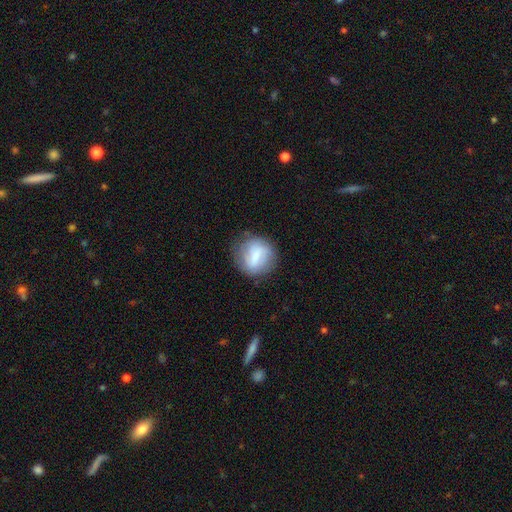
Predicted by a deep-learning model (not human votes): This is likely a smooth galaxy (61%). How rounded: clearly round (86%). Merging: likely none (75%).